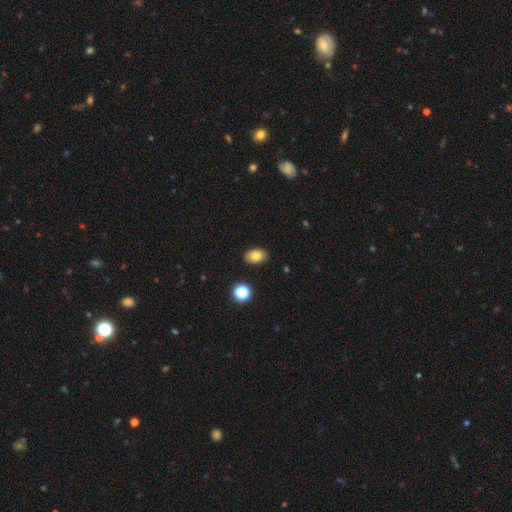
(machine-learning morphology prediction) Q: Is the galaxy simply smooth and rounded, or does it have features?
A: smooth — 81%.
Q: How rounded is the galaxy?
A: in between — 85%.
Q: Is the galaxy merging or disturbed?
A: none — 87%.